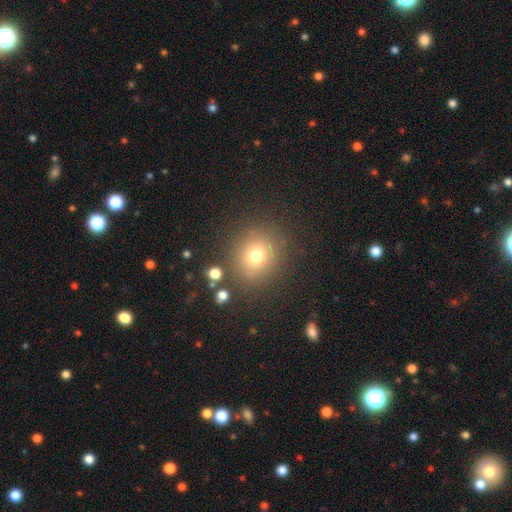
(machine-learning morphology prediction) This appears to be a smooth galaxy with no disk features (73%) that is round (82%). Merging: none (83%).